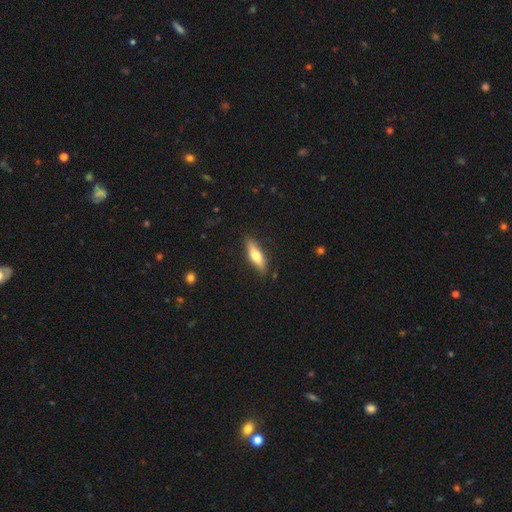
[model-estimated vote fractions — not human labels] smooth-or-featured: smooth: 63% | featured or disk: 31% | star or artifact: 6%
  how-rounded: cigar-shaped: 51% | in between: 46% | round: 2%
  merging: none: 85% | minor disturbance: 11% | major disturbance: 2% | merger: 1%